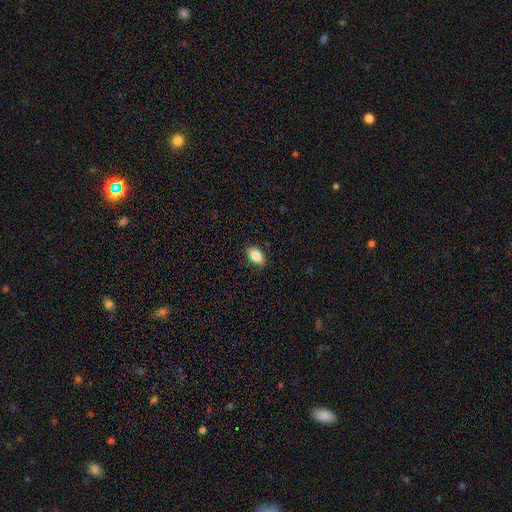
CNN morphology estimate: type=smooth (85%); roundness=in between (91%); merging=none (88%).